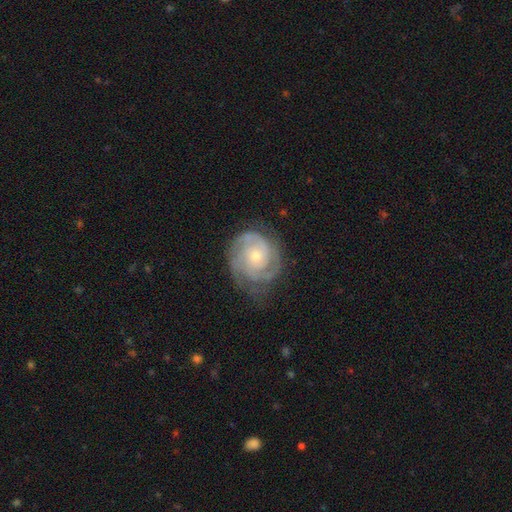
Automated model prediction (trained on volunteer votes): Smooth or featured? Predicted: featured or disk (p=0.88). Edge-on disk? Predicted: no (p=0.98). Bar? Predicted: no (p=0.76). Spiral arms? Predicted: yes (p=0.98). Spiral winding? Predicted: tight (p=0.71). Spiral arm count? Predicted: 3 (p=0.38). Bulge size? Predicted: small (p=0.58). Merging? Predicted: none (p=0.72).